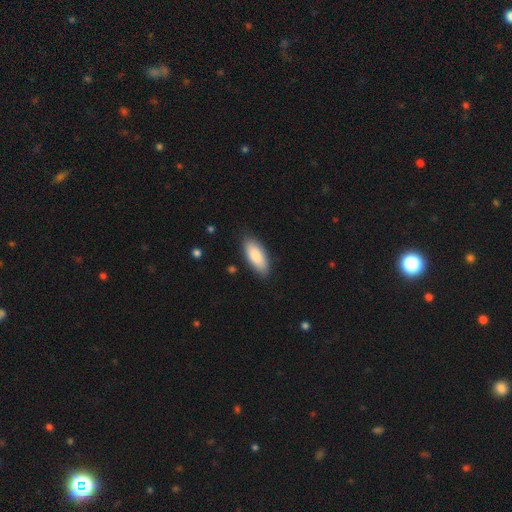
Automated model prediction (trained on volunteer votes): Overall: smooth (86%). How rounded: in between (83%). Merging: none (84%).